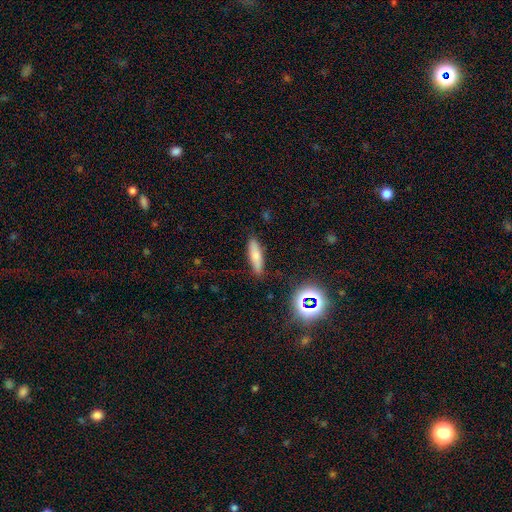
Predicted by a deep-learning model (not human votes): smooth 71%, featured or disk 19%, star or artifact 10%. Down the decision tree: how rounded — cigar-shaped (67%); merging — none (86%).